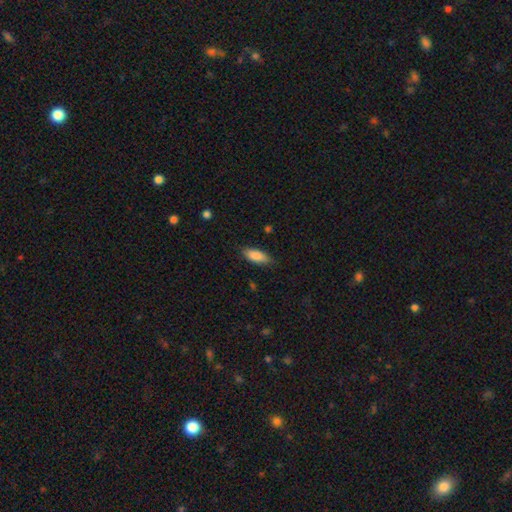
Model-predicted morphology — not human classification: Q: Smooth or featured?
A: smooth (86%); runner-up: featured or disk (7%)
Q: How rounded?
A: in between (77%); runner-up: cigar-shaped (21%)
Q: Merging?
A: none (83%); runner-up: minor disturbance (13%)